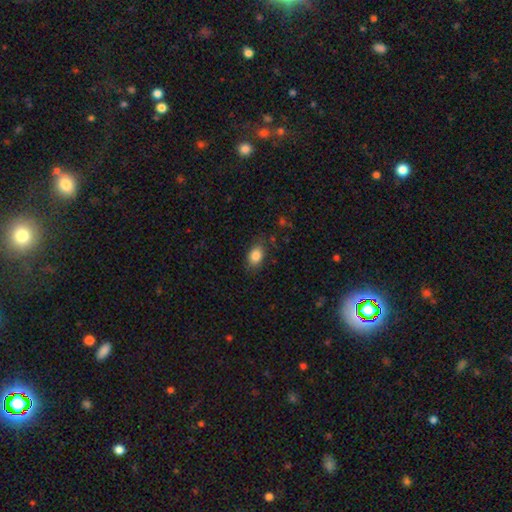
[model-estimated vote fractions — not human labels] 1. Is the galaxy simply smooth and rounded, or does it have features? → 85% smooth, 8% star or artifact, 7% featured or disk.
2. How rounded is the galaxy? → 81% in between, 17% round, 2% cigar-shaped.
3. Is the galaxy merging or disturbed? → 79% none, 16% minor disturbance, 4% major disturbance, 1% merger.